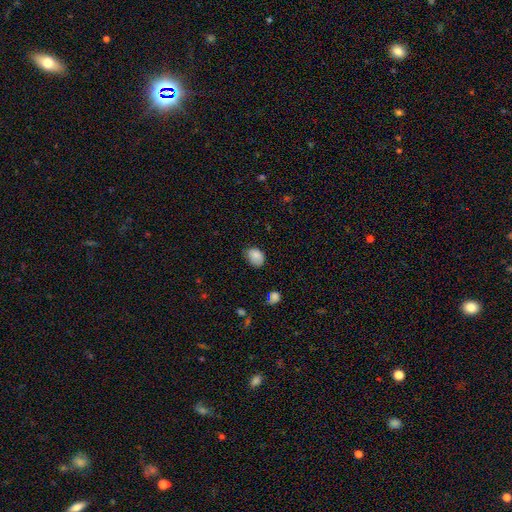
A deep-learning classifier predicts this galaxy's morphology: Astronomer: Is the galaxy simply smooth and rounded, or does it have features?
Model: smooth — 85%.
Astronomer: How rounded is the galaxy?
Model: in between — 67%.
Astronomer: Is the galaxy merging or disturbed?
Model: none — 59%.